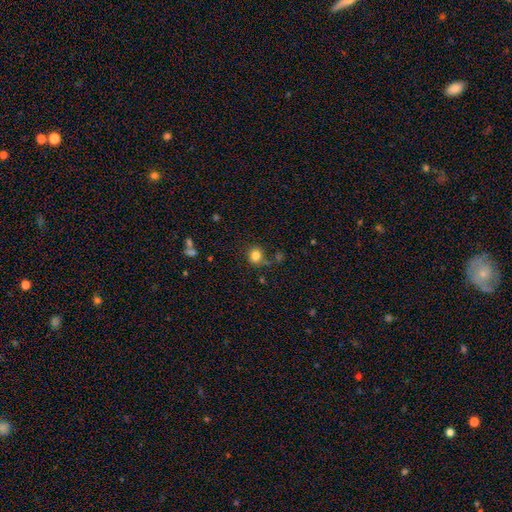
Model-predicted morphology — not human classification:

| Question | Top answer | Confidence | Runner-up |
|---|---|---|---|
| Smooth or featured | smooth | 82% | star or artifact (12%) |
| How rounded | round | 80% | in between (19%) |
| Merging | none | 74% | minor disturbance (14%) |